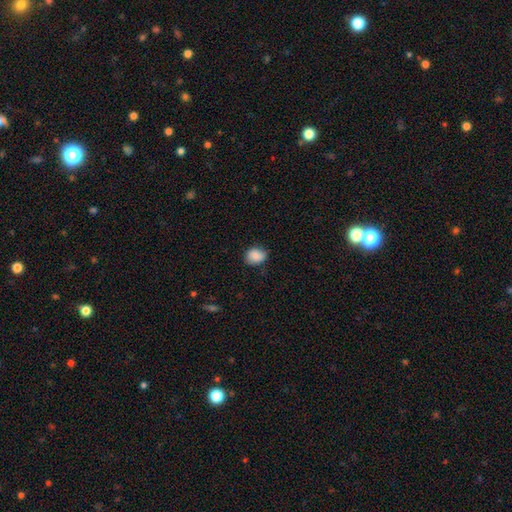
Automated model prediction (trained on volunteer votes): smooth_or_featured: smooth (p=0.87) [alt: star or artifact p=0.08]
how_rounded: in between (p=0.50) [alt: round p=0.49]
merging: none (p=0.75) [alt: minor disturbance p=0.20]